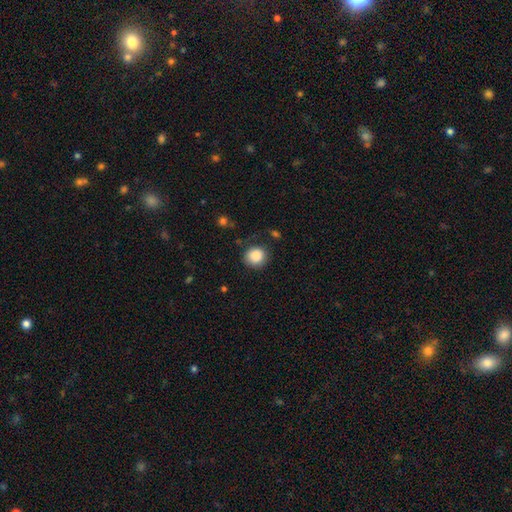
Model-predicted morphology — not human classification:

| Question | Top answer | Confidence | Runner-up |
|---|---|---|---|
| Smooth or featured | smooth | 88% | star or artifact (8%) |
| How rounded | round | 86% | in between (13%) |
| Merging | none | 78% | minor disturbance (15%) |